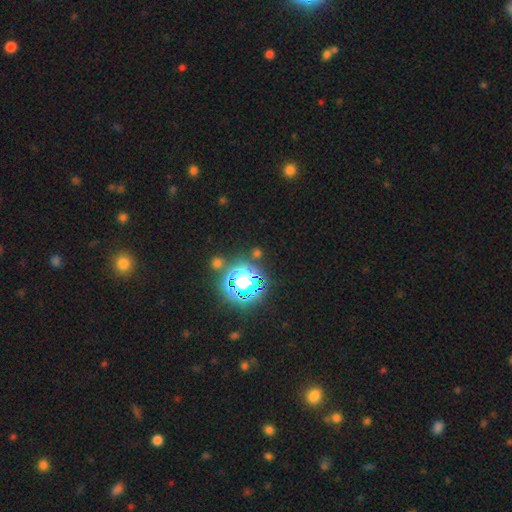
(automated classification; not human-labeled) smooth-or-featured: star or artifact: 62% | smooth: 29% | featured or disk: 10%